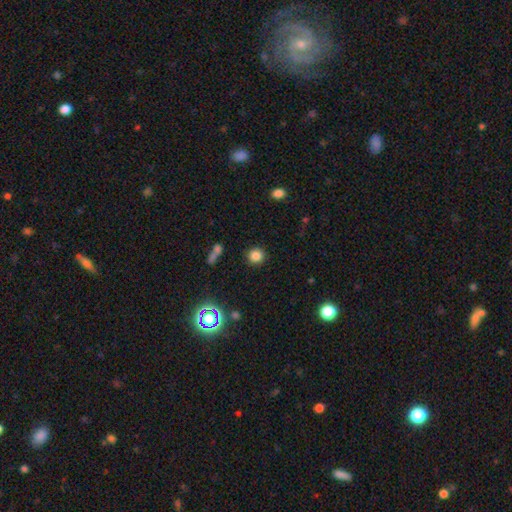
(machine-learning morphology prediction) Overall: smooth (81%). How rounded: round (91%). Merging: none (88%).